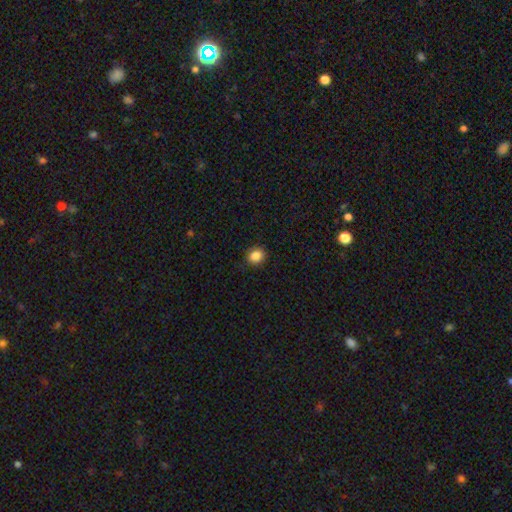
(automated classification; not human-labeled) Q: Smooth or featured?
A: smooth (87%); runner-up: star or artifact (10%)
Q: How rounded?
A: round (61%); runner-up: in between (38%)
Q: Merging?
A: none (88%); runner-up: minor disturbance (9%)